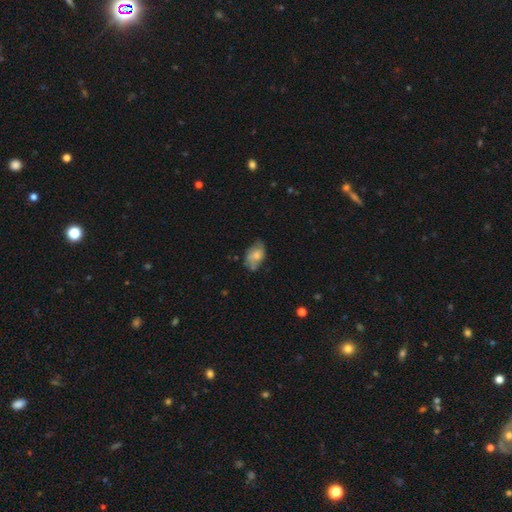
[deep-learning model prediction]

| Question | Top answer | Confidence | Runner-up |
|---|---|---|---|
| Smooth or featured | smooth | 62% | featured or disk (31%) |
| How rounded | in between | 89% | round (9%) |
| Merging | none | 53% | minor disturbance (34%) |